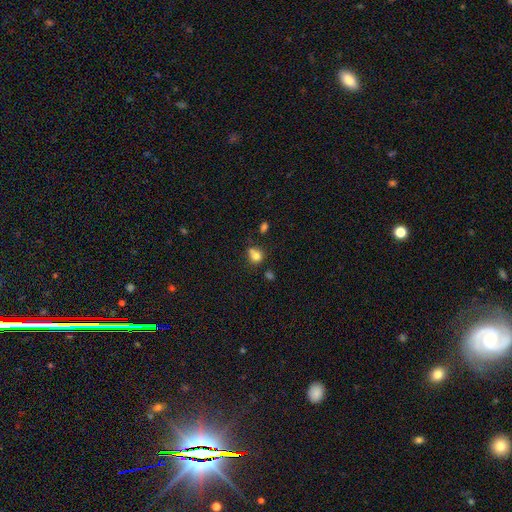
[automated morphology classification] A smooth galaxy with no disk features (78%) that is round (67%).

Vote fractions:
- Smooth or featured? smooth: 78% / star or artifact: 12% / featured or disk: 10%
- How rounded? round: 67% / in between: 32% / cigar-shaped: 1%
- Merging? none: 50% / minor disturbance: 24% / merger: 18% / major disturbance: 9%